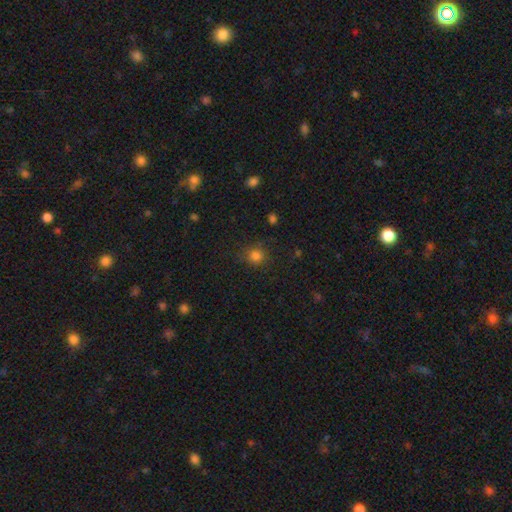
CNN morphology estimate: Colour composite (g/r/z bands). It shows a smooth galaxy with no disk features (81%) that is round (86%). Merging: none (81%).